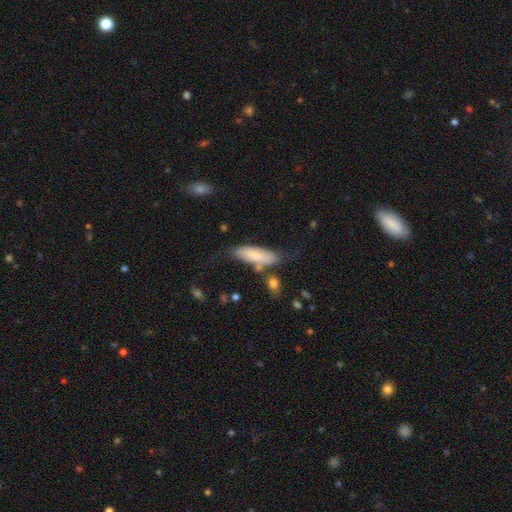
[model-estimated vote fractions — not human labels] The model was most divided on "how rounded": in between: 54%, cigar-shaped: 43%, round: 2%. More confident: smooth or featured — smooth (73%); merging — none (60%).